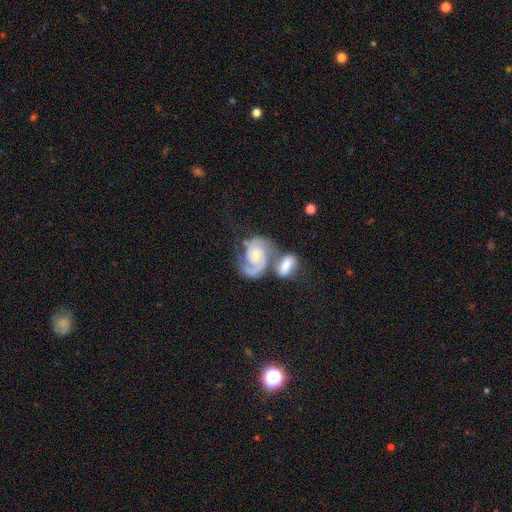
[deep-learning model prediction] This is clearly a featured or disk galaxy (89%). It is clearly not viewed edge-on (98%). Bar: likely no (62%). Spiral arm pattern: clearly yes (98%). Spiral arm count: clearly 2 (85%). Spiral winding: possibly tight (48%). Central bulge: possibly small (51%). Merging: possibly merger (45%).